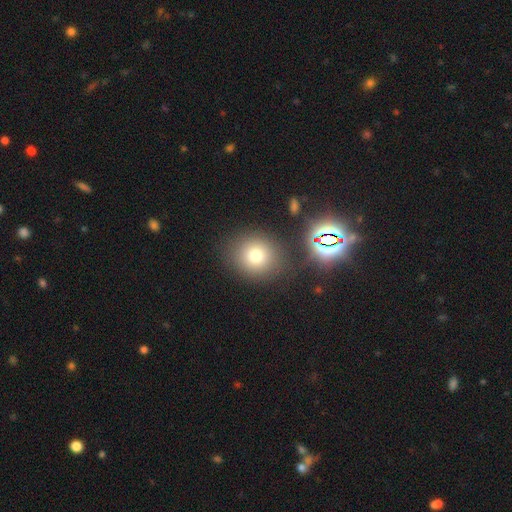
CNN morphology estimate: A smooth galaxy with no disk features (74%) that is round (84%). Merging: none (81%).